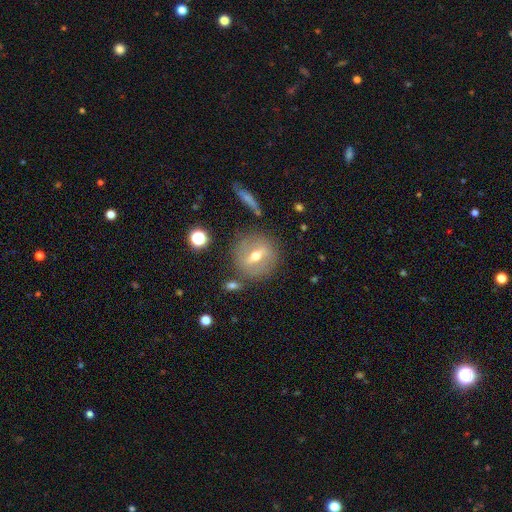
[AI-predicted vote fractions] A featured or disk galaxy (61%).

Vote fractions:
- Smooth or featured? featured or disk: 61% / smooth: 30% / star or artifact: 10%
- Edge-on disk? no: 73% / yes: 27%
- Merging? none: 79% / minor disturbance: 12% / major disturbance: 5% / merger: 4%